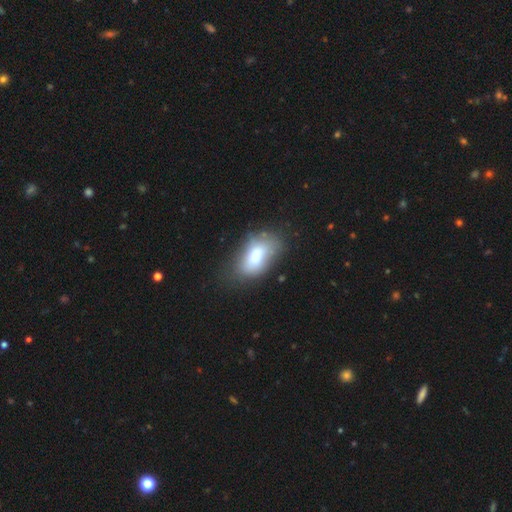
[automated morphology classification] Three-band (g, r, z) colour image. It shows a smooth galaxy with no disk features (71%) that is in between round and cigar-shaped (91%). Merging: none (55%).